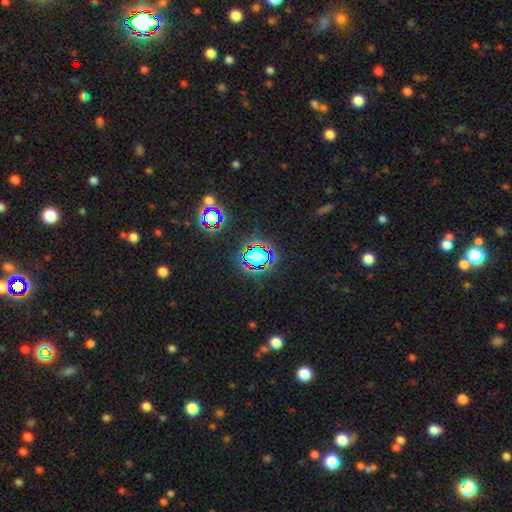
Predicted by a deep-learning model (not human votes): This appears to be a star or artifact, not a galaxy (67%).